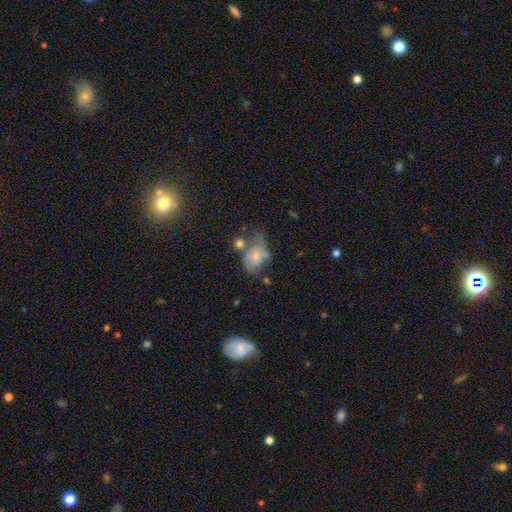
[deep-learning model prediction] Smooth or featured? Predicted: smooth (p=0.53). How rounded? Predicted: in between (p=0.73). Merging? Predicted: major disturbance (p=0.27, tied with minor disturbance).